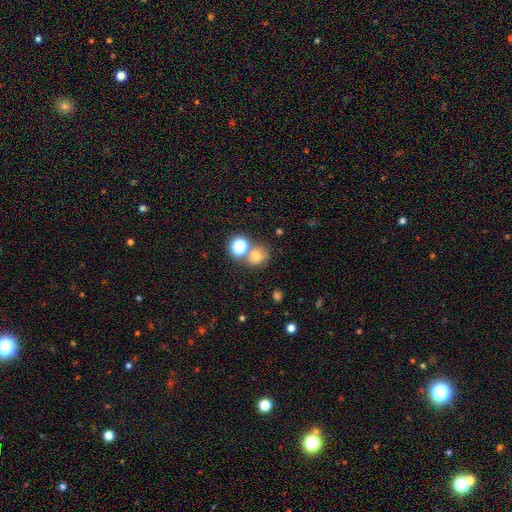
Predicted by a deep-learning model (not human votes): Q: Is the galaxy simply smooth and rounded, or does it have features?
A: smooth — 71%.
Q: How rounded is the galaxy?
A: round — 79%.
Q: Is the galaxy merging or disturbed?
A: none — 58%.